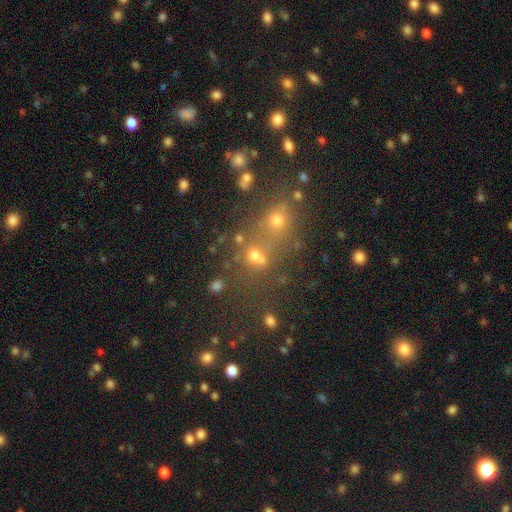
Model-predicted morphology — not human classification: The model was most divided on "merging": none: 48%, merger: 36%, minor disturbance: 10%, major disturbance: 6%. More confident: how rounded — round (71%); smooth or featured — smooth (56%).